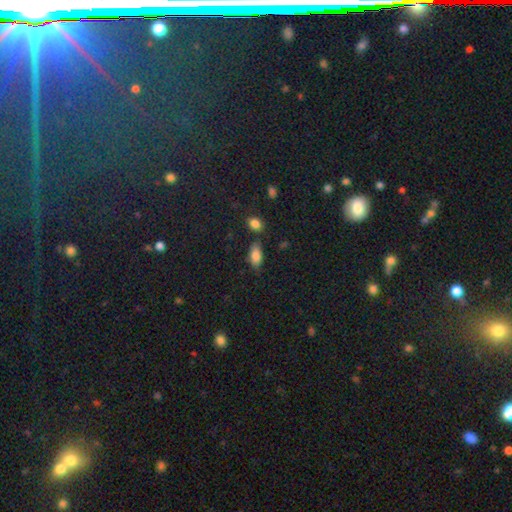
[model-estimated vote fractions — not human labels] The model was most divided on "merging": none: 71%, minor disturbance: 18%, merger: 7%, major disturbance: 4%. More confident: how rounded — in between (88%); smooth or featured — smooth (84%).